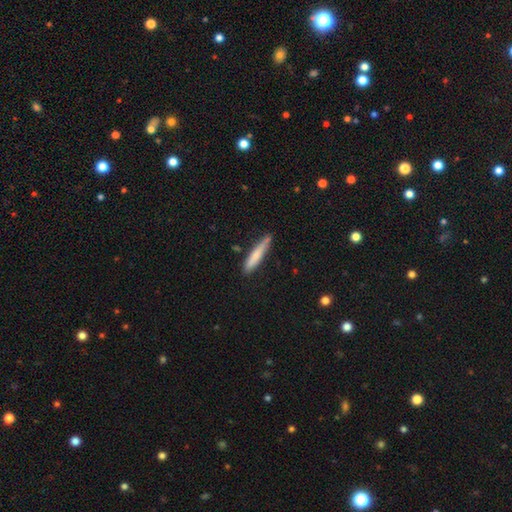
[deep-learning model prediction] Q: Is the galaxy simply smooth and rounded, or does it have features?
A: smooth — 75%.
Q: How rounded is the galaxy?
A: cigar-shaped — 92%.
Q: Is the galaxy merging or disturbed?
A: none — 71%.